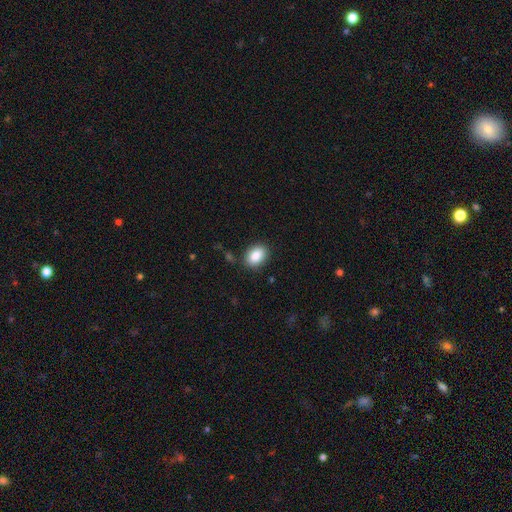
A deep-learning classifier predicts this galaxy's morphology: This appears to be a smooth galaxy with no disk features (87%) that is in between round and cigar-shaped (76%). Merging: none (86%).